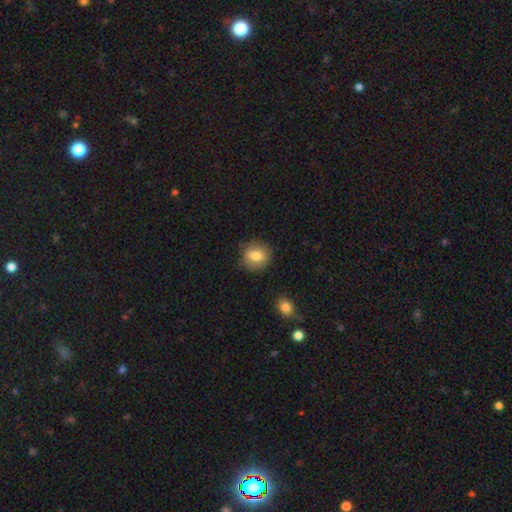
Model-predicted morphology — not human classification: Q: Smooth or featured?
A: smooth (78%); runner-up: featured or disk (13%)
Q: How rounded?
A: round (74%); runner-up: in between (25%)
Q: Merging?
A: none (83%); runner-up: minor disturbance (12%)